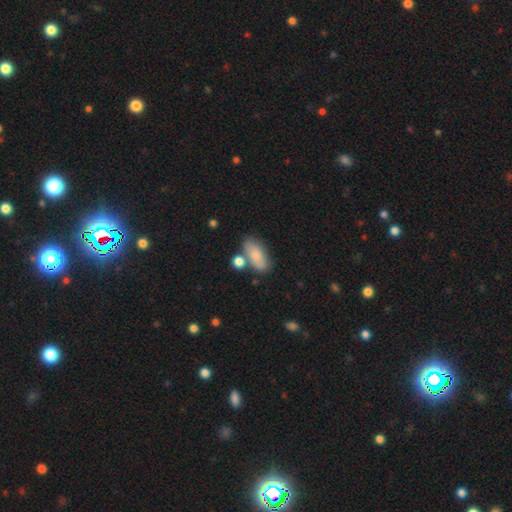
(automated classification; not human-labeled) Q: Smooth or featured?
A: smooth (77%); runner-up: featured or disk (16%)
Q: How rounded?
A: in between (87%); runner-up: cigar-shaped (7%)
Q: Merging?
A: none (58%); runner-up: merger (19%)